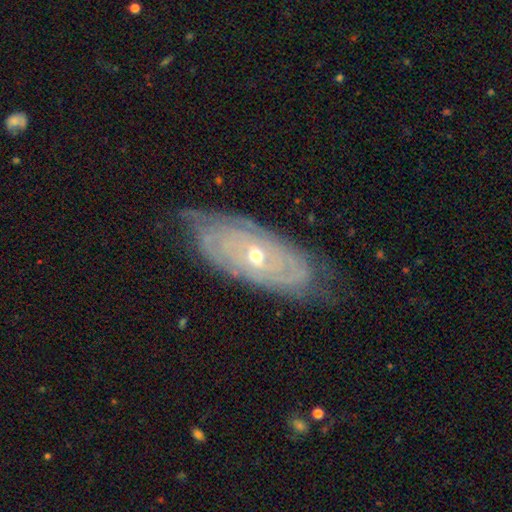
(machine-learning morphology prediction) featured or disk 83%, smooth 10%, star or artifact 7%. Down the decision tree: edge-on disk — no (88%); bar — no (80%); spiral arms — yes (89%); spiral arm count — can't tell (53%); spiral winding — tight (81%); bulge size — small (54%); merging — none (74%).